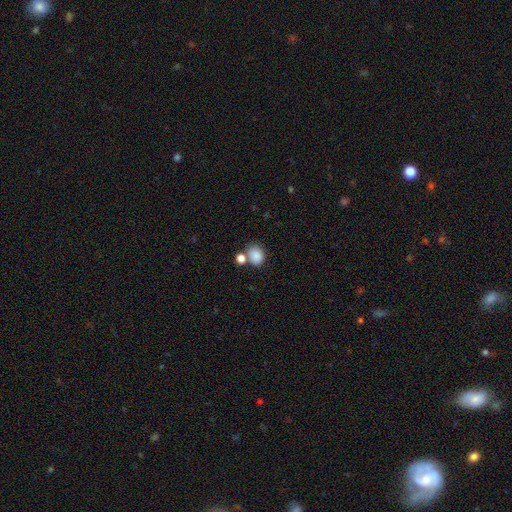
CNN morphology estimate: A smooth galaxy with no disk features (85%) that is round (55%). Merging: none (58%).